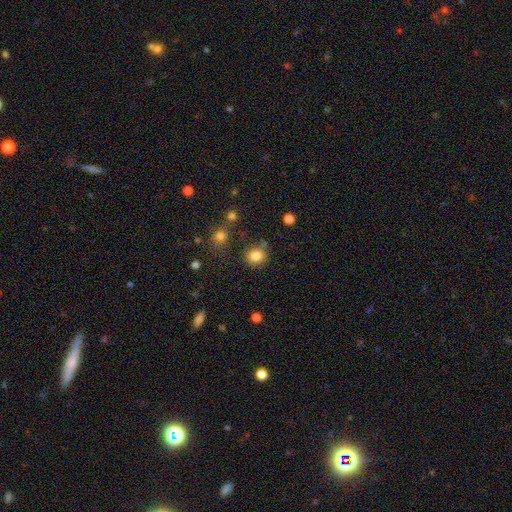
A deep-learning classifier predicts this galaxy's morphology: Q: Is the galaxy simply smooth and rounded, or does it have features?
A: smooth — 84%.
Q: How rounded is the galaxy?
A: round — 73%.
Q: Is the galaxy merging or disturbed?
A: none — 76%.